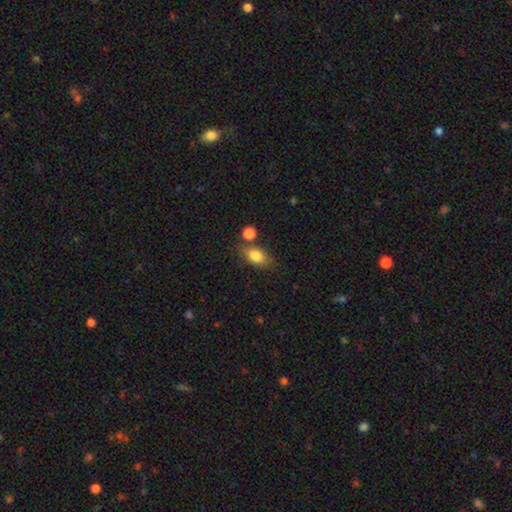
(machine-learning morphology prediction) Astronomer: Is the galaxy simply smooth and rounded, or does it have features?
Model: smooth — 82%.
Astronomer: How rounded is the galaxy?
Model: in between — 79%.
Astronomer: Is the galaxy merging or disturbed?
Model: none — 67%.